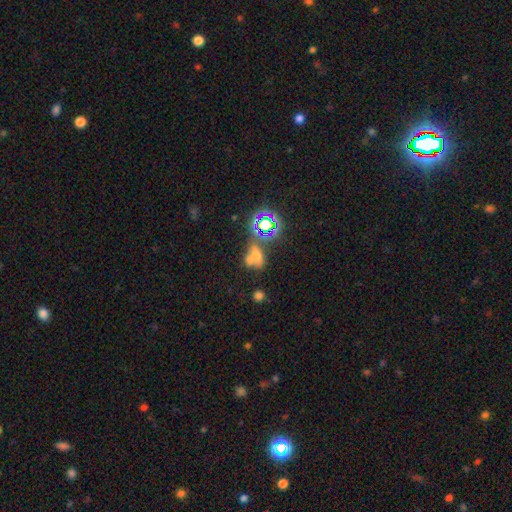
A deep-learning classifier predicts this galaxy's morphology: Smooth or featured?
  - smooth: 49% *
  - star or artifact: 32%
  - featured or disk: 19%
Merging?
  - merger: 43% *
  - none: 36%
  - minor disturbance: 12%
  - major disturbance: 8%